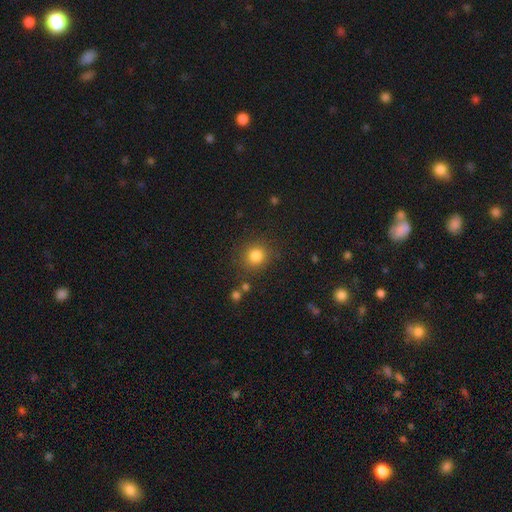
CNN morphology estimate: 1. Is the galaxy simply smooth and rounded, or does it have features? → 83% smooth, 12% star or artifact, 5% featured or disk.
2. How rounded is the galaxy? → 85% round, 14% in between, 1% cigar-shaped.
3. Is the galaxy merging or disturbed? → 84% none, 9% minor disturbance, 4% major disturbance, 3% merger.